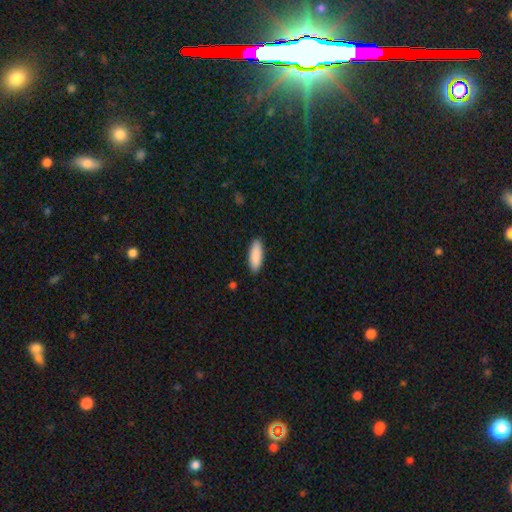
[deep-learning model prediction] The model was most divided on "how rounded": in between: 66%, cigar-shaped: 32%, round: 1%. More confident: smooth or featured — smooth (89%); merging — none (88%).